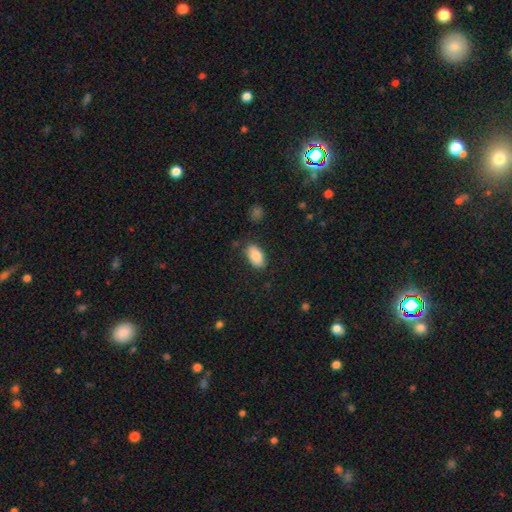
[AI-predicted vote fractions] Smooth or featured? Predicted: smooth (p=0.85). How rounded? Predicted: in between (p=0.93). Merging? Predicted: none (p=0.80).